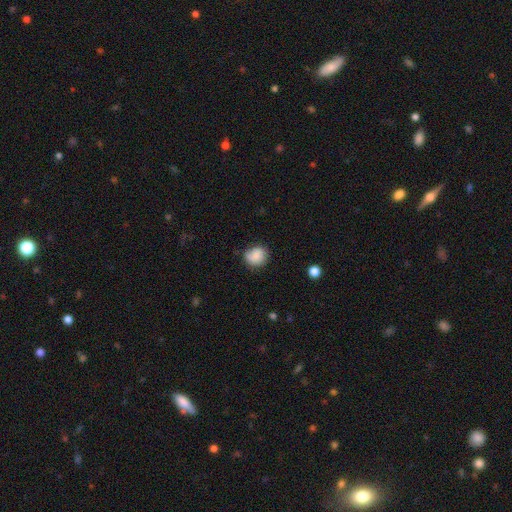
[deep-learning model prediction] A smooth galaxy with no disk features (82%) that is round (73%). Merging: none (66%).